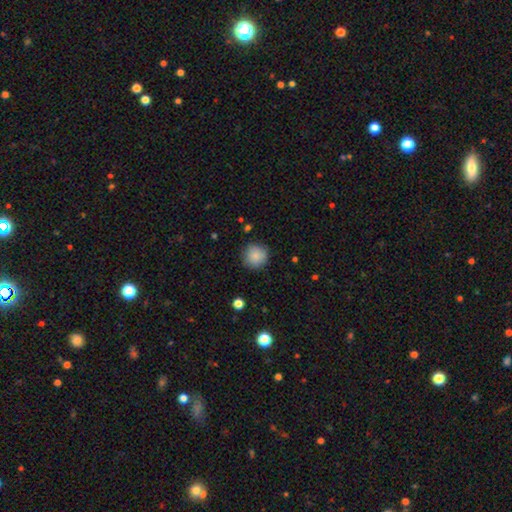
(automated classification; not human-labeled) A smooth galaxy with no disk features (86%) that is round (94%).

Vote fractions:
- Smooth or featured? smooth: 86% / star or artifact: 9% / featured or disk: 5%
- How rounded? round: 94% / in between: 5% / cigar-shaped: 1%
- Merging? none: 87% / minor disturbance: 9% / major disturbance: 2% / merger: 1%